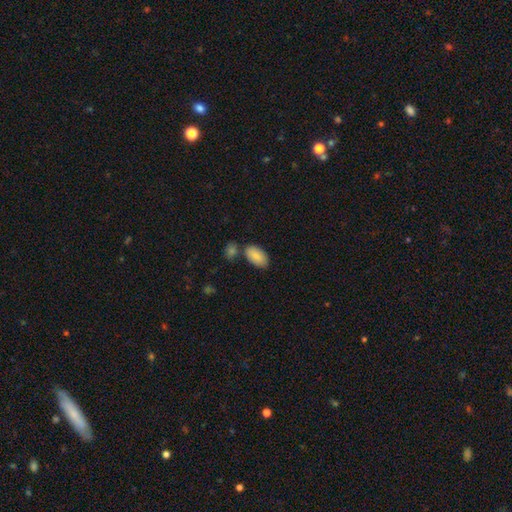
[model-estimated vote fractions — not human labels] This appears to be a smooth galaxy with no disk features (86%) that is in between round and cigar-shaped (95%). Merging: none (68%).